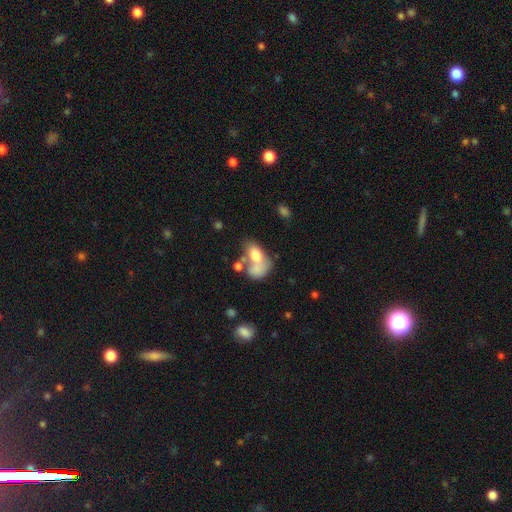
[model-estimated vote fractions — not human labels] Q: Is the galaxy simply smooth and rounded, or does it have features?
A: smooth — 68%.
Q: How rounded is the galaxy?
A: in between — 83%.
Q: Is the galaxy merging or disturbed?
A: merger — 52%.